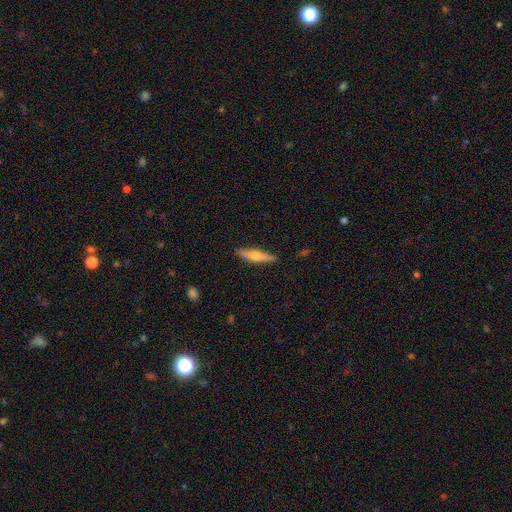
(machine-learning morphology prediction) This appears to be a featured or disk galaxy (51%) viewed edge-on (93%). Merging: none (89%).